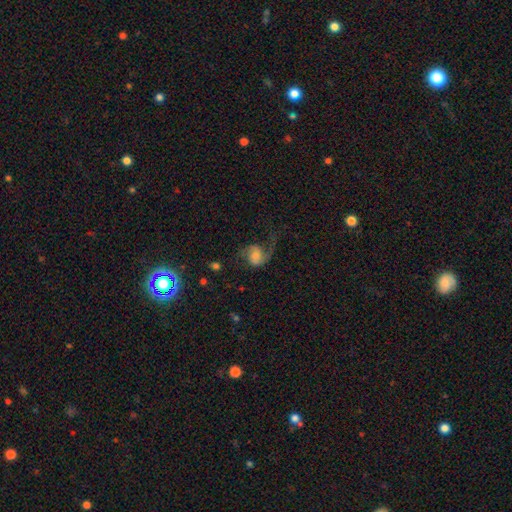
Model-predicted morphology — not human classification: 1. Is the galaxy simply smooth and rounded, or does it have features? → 68% featured or disk, 24% smooth, 8% star or artifact.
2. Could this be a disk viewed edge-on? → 98% no, 2% yes.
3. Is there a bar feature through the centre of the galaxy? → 62% no, 32% weak, 7% strong.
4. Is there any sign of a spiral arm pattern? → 92% yes, 8% no.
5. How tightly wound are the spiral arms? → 64% loose, 29% medium, 7% tight.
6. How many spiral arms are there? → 73% 2, 21% 1, 3% can't tell, 1% 3, 1% 4, 1% more than 4.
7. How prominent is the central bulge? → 32% moderate, 30% small, 16% large, 16% none, 5% dominant.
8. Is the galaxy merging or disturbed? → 45% none, 33% major disturbance, 19% minor disturbance, 3% merger.